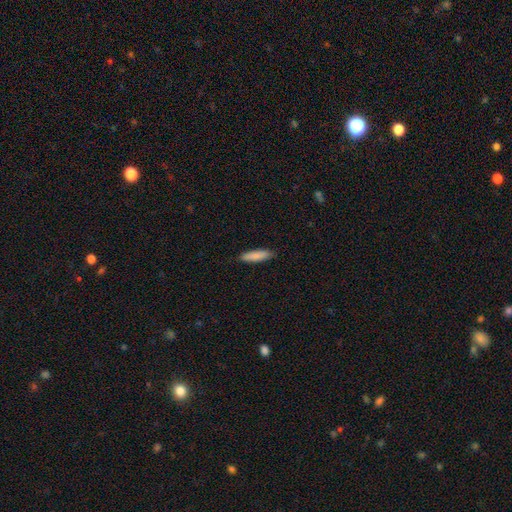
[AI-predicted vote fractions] A smooth galaxy with no disk features (86%) that is cigar-shaped (71%). Merging: none (87%).